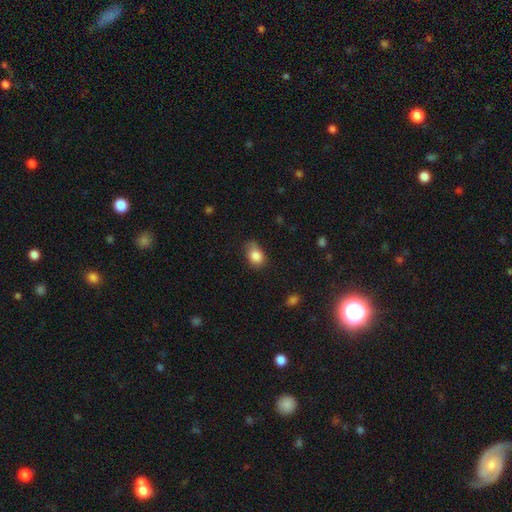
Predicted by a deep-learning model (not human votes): smooth_or_featured: smooth (p=0.84) [alt: star or artifact p=0.09]
how_rounded: in between (p=0.70) [alt: round p=0.29]
merging: none (p=0.56) [alt: minor disturbance p=0.34]